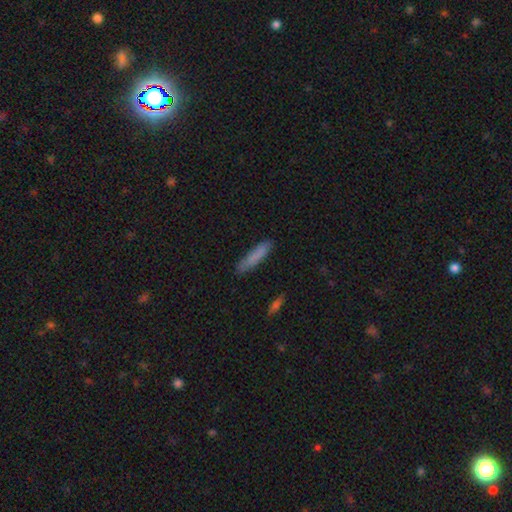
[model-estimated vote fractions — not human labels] Smooth or featured: smooth — 81% (featured or disk — 12%)
How rounded: cigar-shaped — 87% (in between — 12%)
Merging: none — 84% (minor disturbance — 12%)